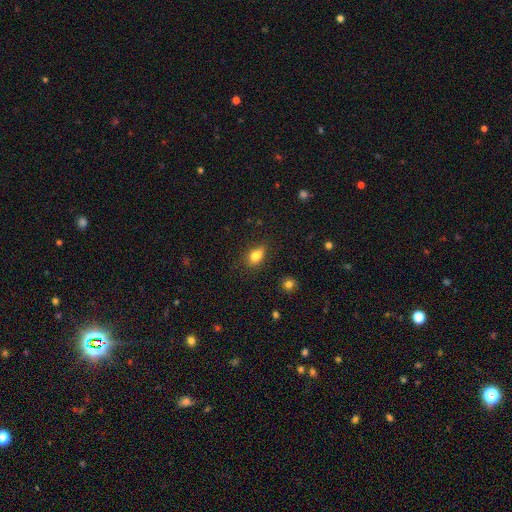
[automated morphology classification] This is clearly a smooth galaxy (82%). How rounded: likely in between (78%). Merging: likely none (66%).